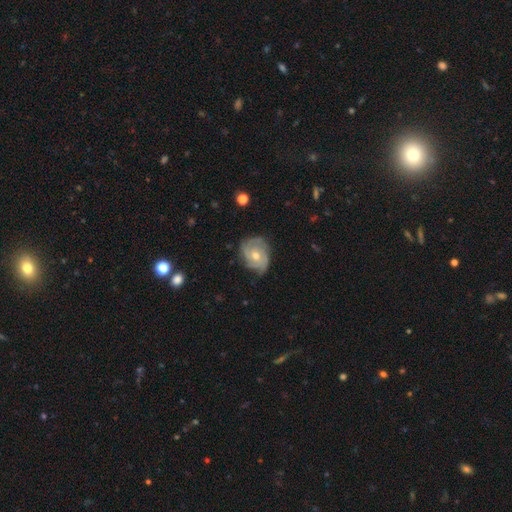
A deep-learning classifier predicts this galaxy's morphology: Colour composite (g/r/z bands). It shows a featured or disk galaxy (74%) with no bar (75%), 3 (37%) tight (54%) spiral arms (91%) and a moderate central bulge (62%). Merging: none (69%).